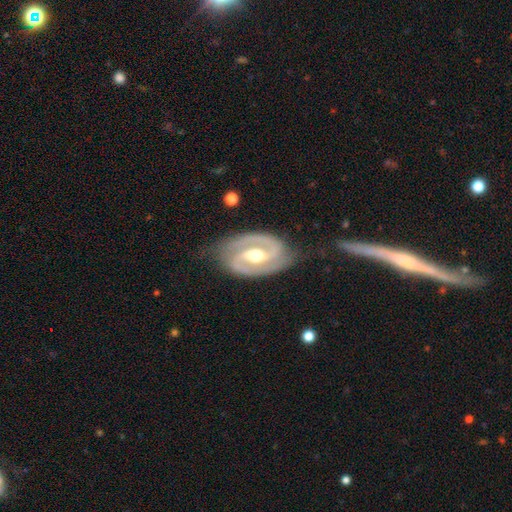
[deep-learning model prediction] A featured or disk galaxy (92%) with a strong bar (46%), 2 (93%) medium (49%) spiral arms (97%) and a moderate central bulge (74%). Merging: none (78%).